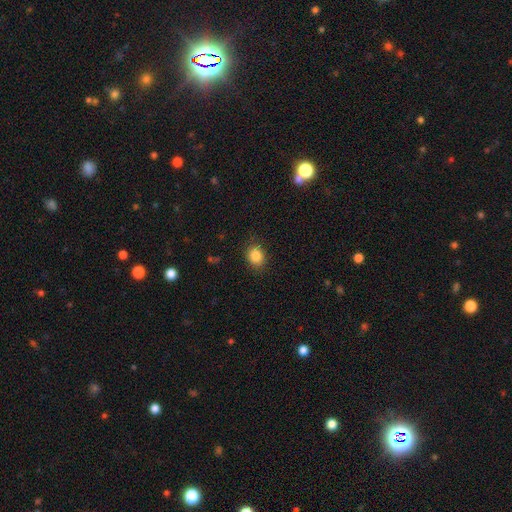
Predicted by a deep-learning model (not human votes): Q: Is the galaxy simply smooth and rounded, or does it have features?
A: smooth — 85%.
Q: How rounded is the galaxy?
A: round — 55%.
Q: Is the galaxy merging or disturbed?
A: none — 85%.